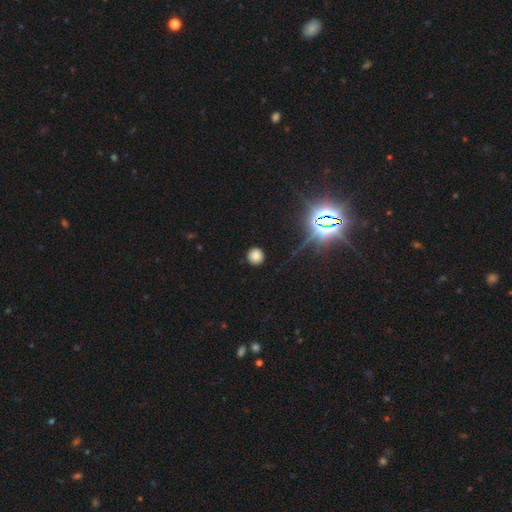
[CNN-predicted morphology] type=smooth (76%); roundness=round (94%); merging=none (90%).